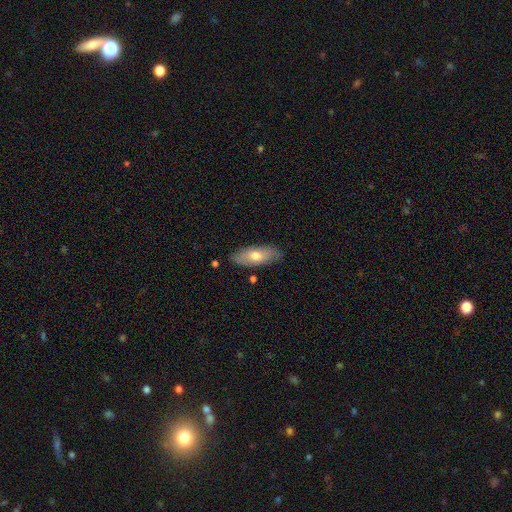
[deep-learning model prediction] A smooth galaxy with no disk features (66%) that is in between round and cigar-shaped (76%). Merging: none (81%).